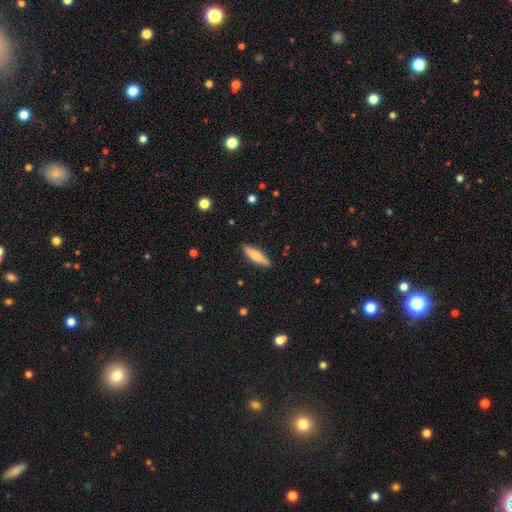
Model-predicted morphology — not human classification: Smooth or featured? smooth (70%)
How rounded? cigar-shaped (73%)
Merging? none (89%)